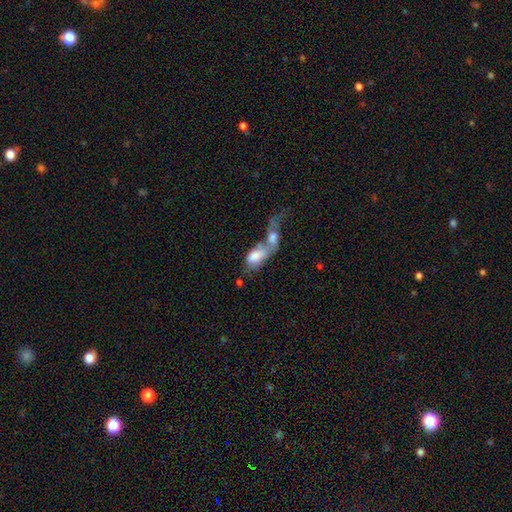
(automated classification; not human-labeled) Morphology: type=smooth (67%); roundness=in between (87%); merging=merger (77%).